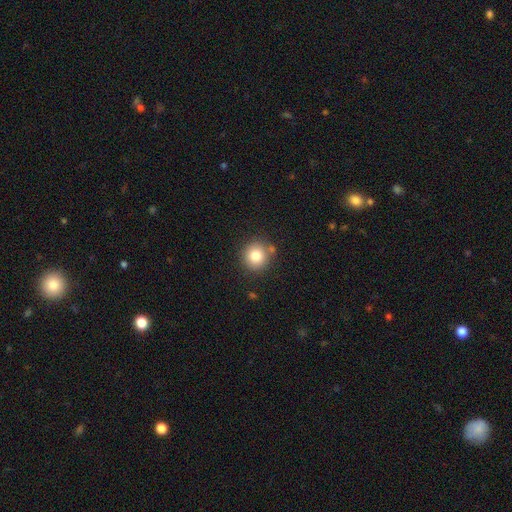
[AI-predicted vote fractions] Morphology: type=smooth (82%); roundness=round (91%); merging=none (81%).